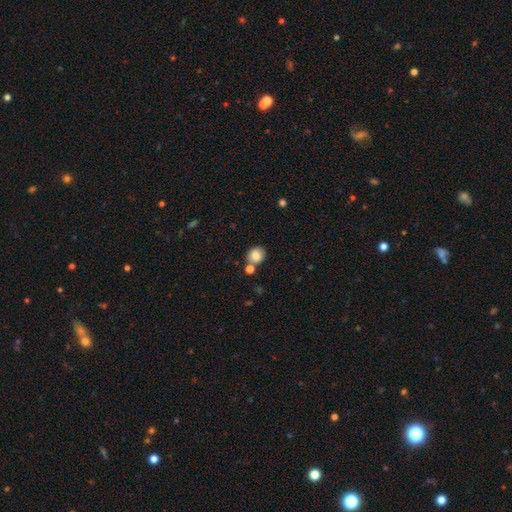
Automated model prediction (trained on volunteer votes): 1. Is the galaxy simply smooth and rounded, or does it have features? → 82% smooth, 9% star or artifact, 8% featured or disk.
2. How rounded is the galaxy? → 72% round, 27% in between, 1% cigar-shaped.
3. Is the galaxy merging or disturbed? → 66% none, 18% merger, 12% minor disturbance, 3% major disturbance.